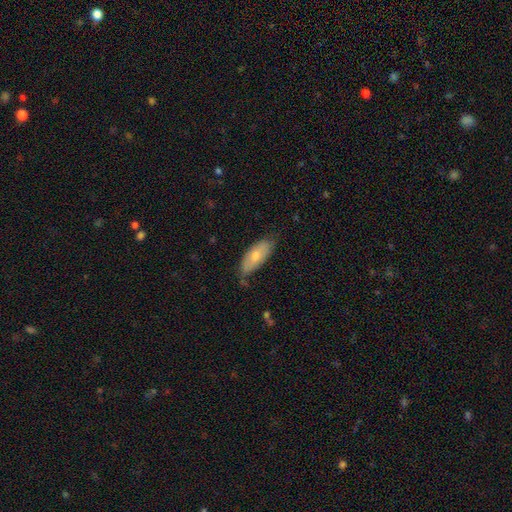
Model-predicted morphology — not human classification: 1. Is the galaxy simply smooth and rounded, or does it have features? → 67% smooth, 27% featured or disk, 6% star or artifact.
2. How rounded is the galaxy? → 84% in between, 13% cigar-shaped, 2% round.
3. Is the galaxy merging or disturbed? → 65% none, 28% minor disturbance, 5% major disturbance, 2% merger.